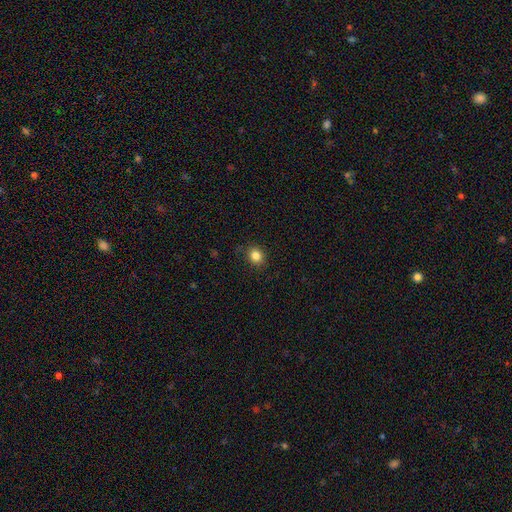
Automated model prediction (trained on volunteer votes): Smooth or featured? smooth (84%)
How rounded? round (68%)
Merging? none (86%)